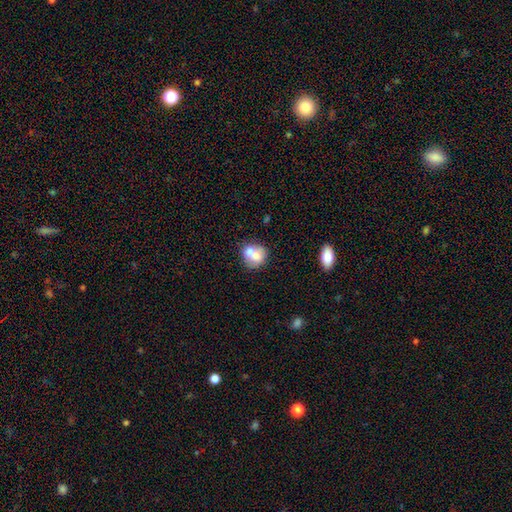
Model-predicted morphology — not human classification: smooth 69%, featured or disk 23%, star or artifact 8%. Down the decision tree: how rounded — round (67%); merging — merger (53%).